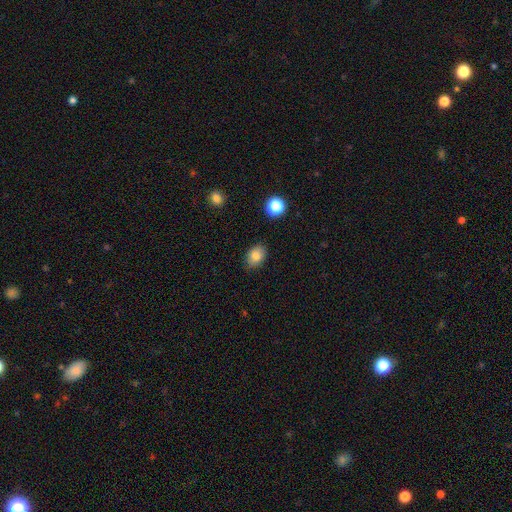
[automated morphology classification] Overall: smooth (84%). How rounded: in between (76%). Merging: none (85%).